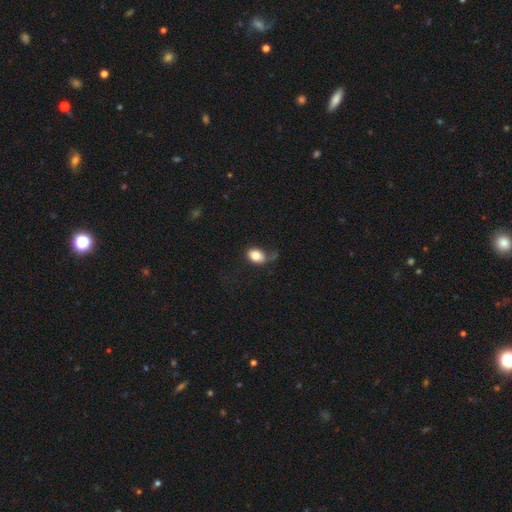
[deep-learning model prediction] The model was most divided on "merging": none: 46%, minor disturbance: 27%, major disturbance: 22%, merger: 5%. More confident: smooth or featured — smooth (81%); how rounded — in between (77%).